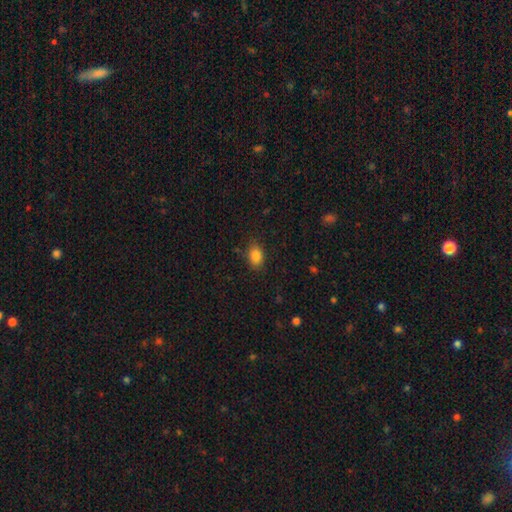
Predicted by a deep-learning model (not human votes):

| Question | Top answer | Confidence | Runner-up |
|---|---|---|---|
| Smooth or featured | smooth | 86% | star or artifact (9%) |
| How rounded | in between | 77% | round (22%) |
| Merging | none | 83% | minor disturbance (13%) |